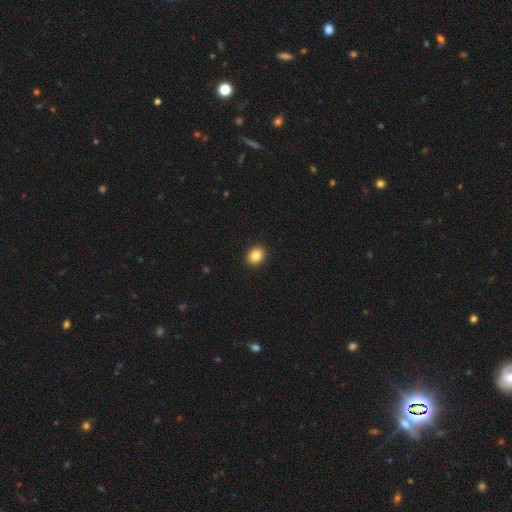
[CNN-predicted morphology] This is clearly a smooth galaxy (86%). How rounded: possibly in between (53%). Merging: clearly none (92%).